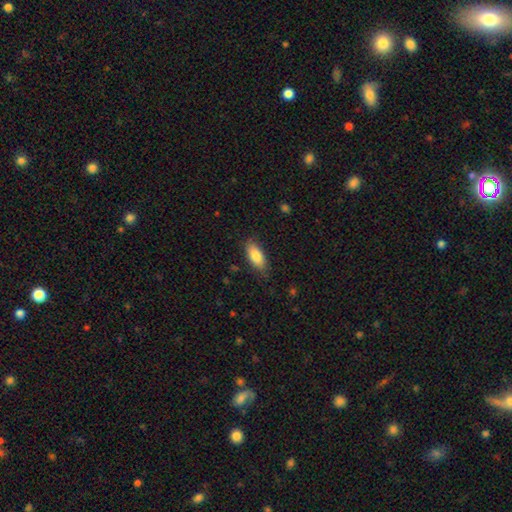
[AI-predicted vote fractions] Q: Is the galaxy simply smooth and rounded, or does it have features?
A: smooth — 83%.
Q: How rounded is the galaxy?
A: in between — 84%.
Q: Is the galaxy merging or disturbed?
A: none — 80%.